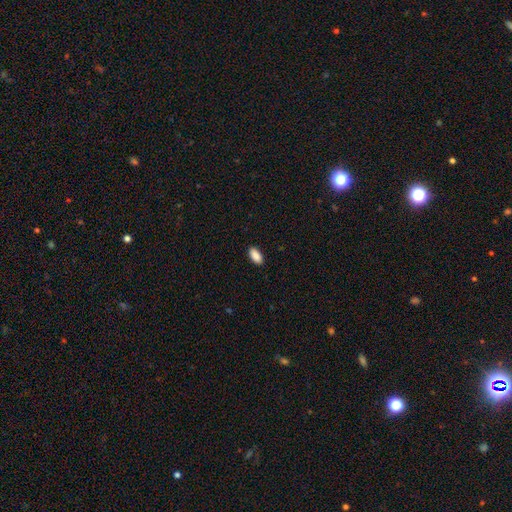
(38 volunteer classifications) This appears to be a smooth galaxy with no disk features (92%) that is in between round and cigar-shaped (89%). Merging: none (92%).